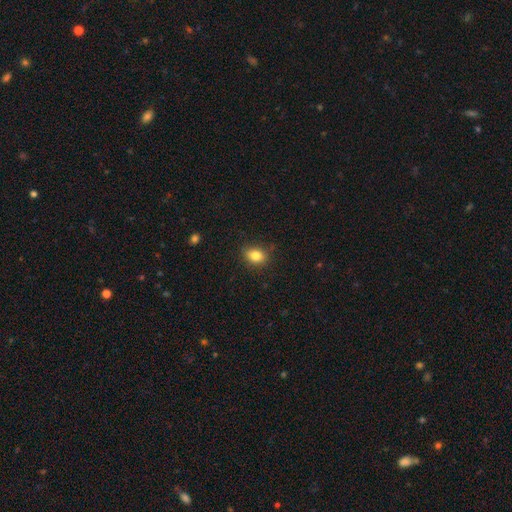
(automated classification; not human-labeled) Smooth or featured?
  - smooth: 83% *
  - star or artifact: 10%
  - featured or disk: 7%
How rounded?
  - in between: 67% *
  - round: 31%
  - cigar-shaped: 2%
Merging?
  - none: 83% *
  - minor disturbance: 13%
  - major disturbance: 3%
  - merger: 1%